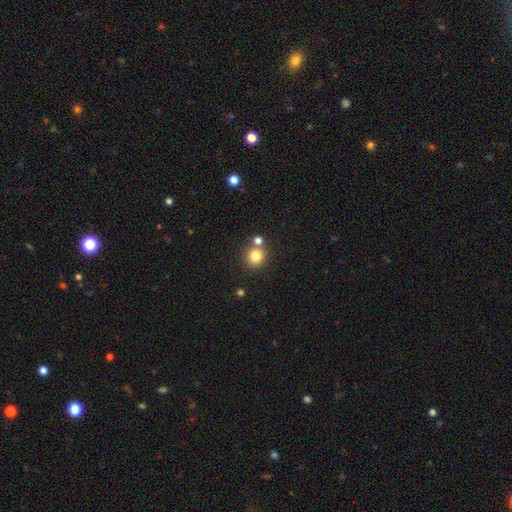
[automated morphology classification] smooth-or-featured: smooth: 80% | star or artifact: 13% | featured or disk: 7%
  how-rounded: round: 90% | in between: 9% | cigar-shaped: 1%
  merging: none: 73% | merger: 17% | minor disturbance: 8% | major disturbance: 3%